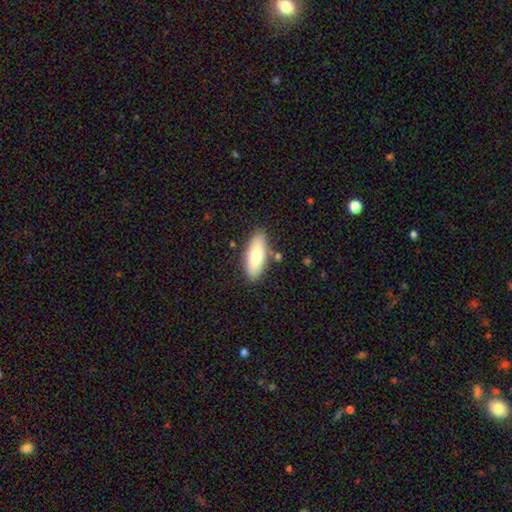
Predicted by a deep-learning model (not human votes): Q: Smooth or featured?
A: smooth (69%); runner-up: featured or disk (24%)
Q: How rounded?
A: in between (77%); runner-up: cigar-shaped (20%)
Q: Merging?
A: none (83%); runner-up: minor disturbance (11%)